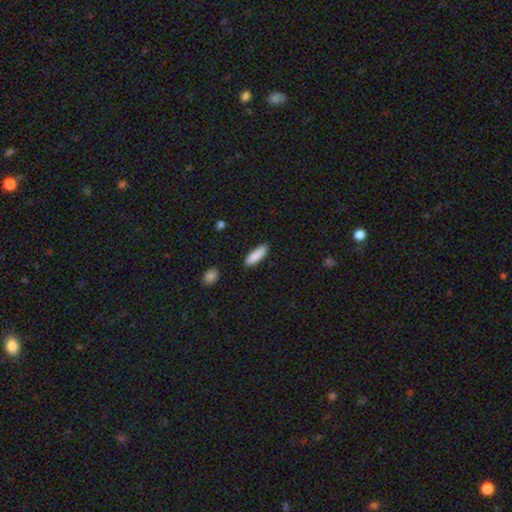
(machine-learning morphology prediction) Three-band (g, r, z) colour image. It shows a smooth galaxy with no disk features (89%) that is in between round and cigar-shaped (51%). Merging: none (87%).